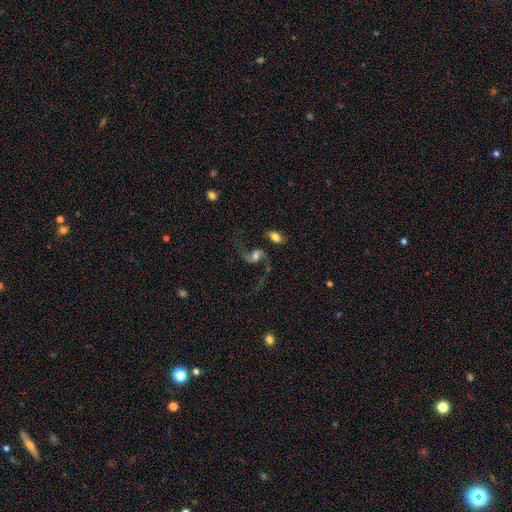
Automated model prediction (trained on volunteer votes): Morphology: type=featured or disk (76%); edge-on=no (97%); bar=no (52%); spiral arms=yes (92%); winding=loose (86%); arm count=2 (90%); bulge=moderate (49%); merging=none (50%).